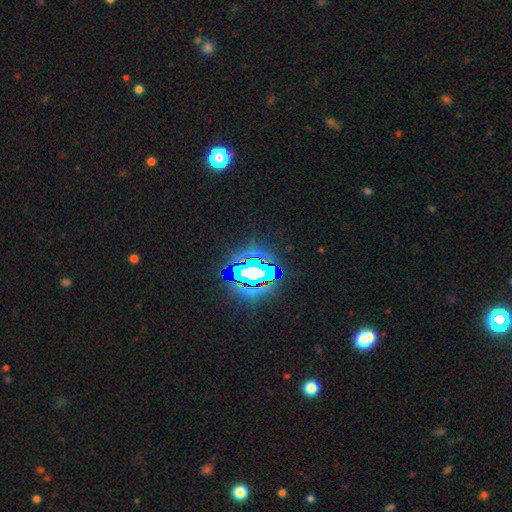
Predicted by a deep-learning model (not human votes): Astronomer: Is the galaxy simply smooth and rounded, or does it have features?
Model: star or artifact — 83%.